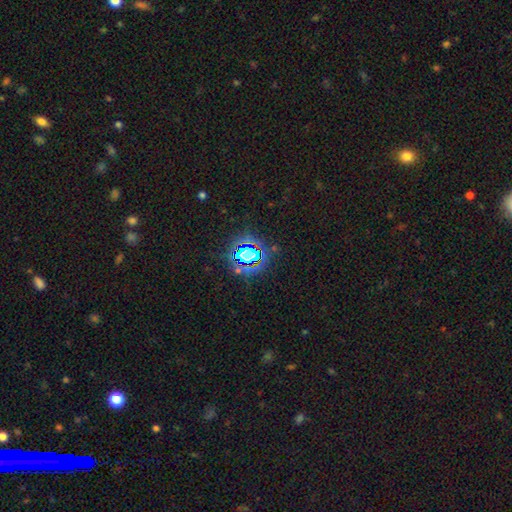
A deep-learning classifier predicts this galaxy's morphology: A star or artifact, not a galaxy (79%).

Vote fractions:
- Smooth or featured? star or artifact: 79% / smooth: 14% / featured or disk: 7%